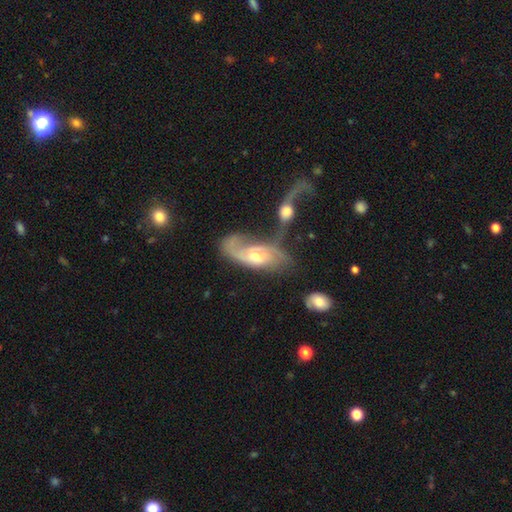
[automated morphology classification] Overall: featured or disk (78%). Edge-on disk: no (91%). Bar: no (62%; weak 32%). Spiral arms: yes (90%). Spiral arm count: 2 (61%). Spiral winding: loose (44%; medium 37%). Bulge size: moderate (59%; small 32%). Merging: merger (36%; none 28%).